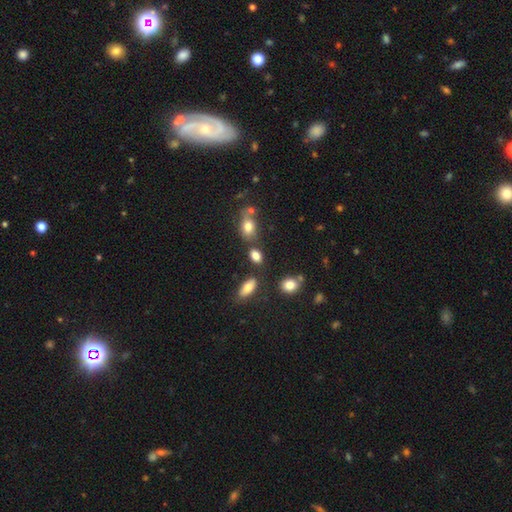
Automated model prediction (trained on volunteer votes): Overall: smooth (80%). How rounded: in between (78%). Merging: none (67%).